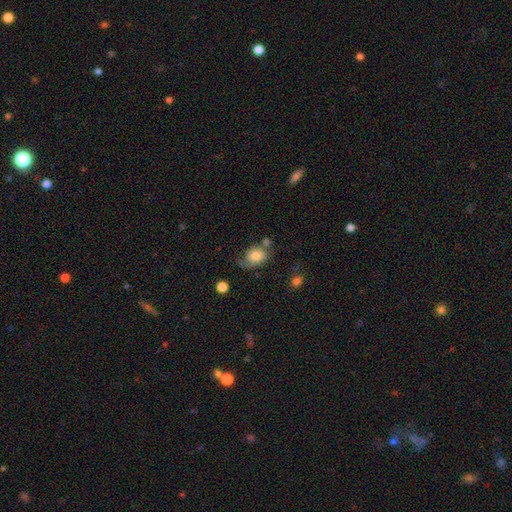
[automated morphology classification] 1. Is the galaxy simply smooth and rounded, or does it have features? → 59% smooth, 32% featured or disk, 9% star or artifact.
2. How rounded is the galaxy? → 59% in between, 39% round, 1% cigar-shaped.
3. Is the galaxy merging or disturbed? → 40% none, 27% minor disturbance, 23% major disturbance, 11% merger.